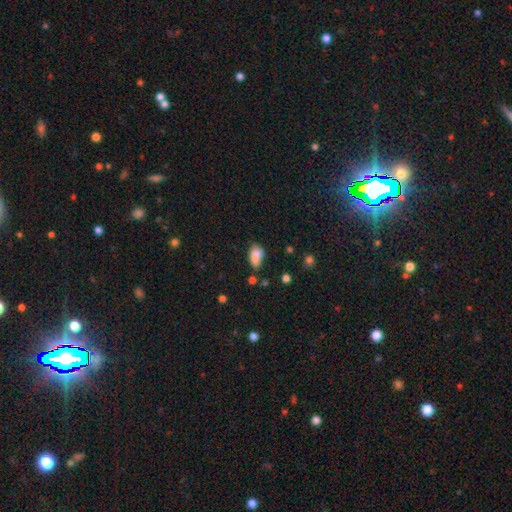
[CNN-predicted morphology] Overall: smooth (84%). How rounded: in between (90%). Merging: none (49%; minor disturbance 36%).